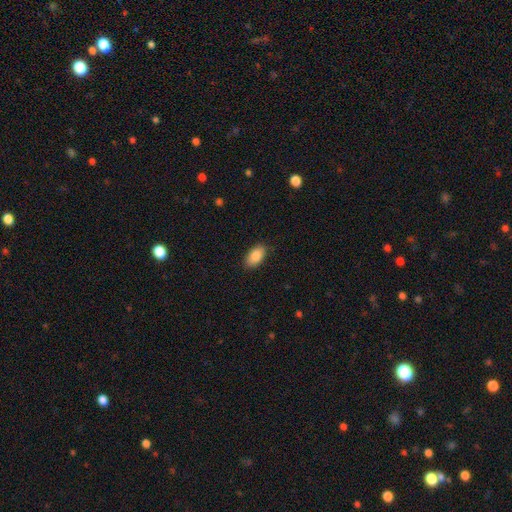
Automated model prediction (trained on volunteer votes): smooth-or-featured: smooth: 87% | star or artifact: 7% | featured or disk: 7%
  how-rounded: in between: 93% | round: 5% | cigar-shaped: 2%
  merging: none: 86% | minor disturbance: 11% | major disturbance: 2% | merger: 1%